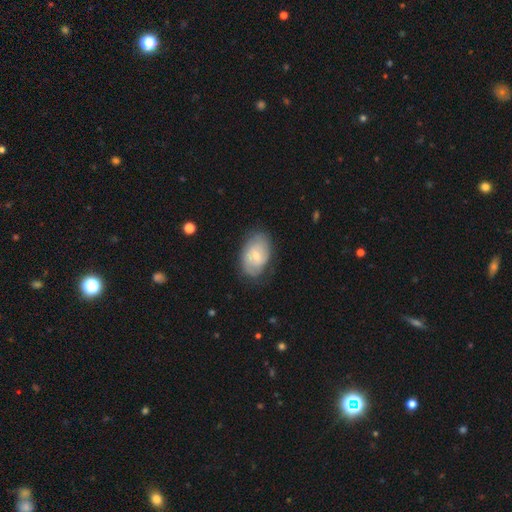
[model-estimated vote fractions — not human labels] Smooth or featured? featured or disk (52%)
Edge-on disk? no (95%)
Merging? none (70%)